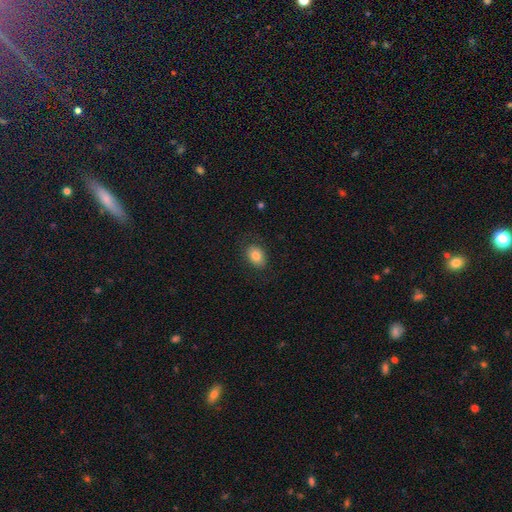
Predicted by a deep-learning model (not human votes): Smooth or featured: smooth — 81% (featured or disk — 10%)
How rounded: in between — 73% (round — 26%)
Merging: none — 83% (minor disturbance — 12%)